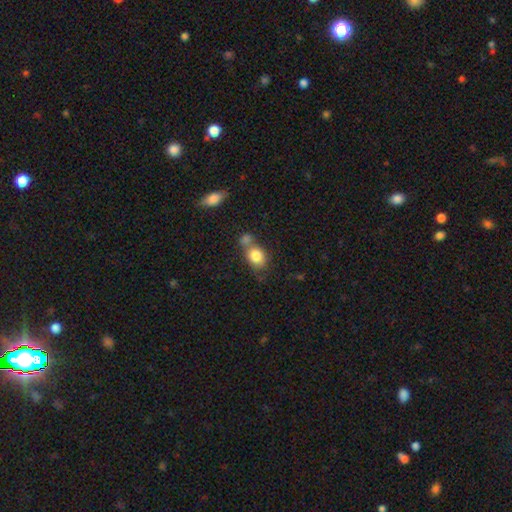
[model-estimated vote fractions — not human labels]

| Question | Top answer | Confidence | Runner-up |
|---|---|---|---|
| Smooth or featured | smooth | 83% | featured or disk (9%) |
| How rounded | in between | 54% | round (45%) |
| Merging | merger | 42% | none (41%) |